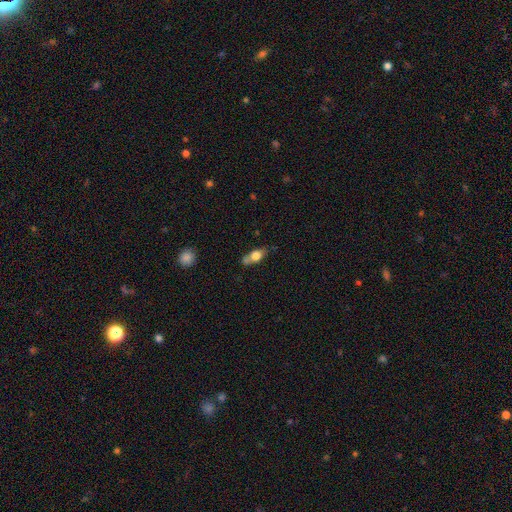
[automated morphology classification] smooth-or-featured: smooth: 68% | featured or disk: 24% | star or artifact: 8%
  how-rounded: in between: 69% | cigar-shaped: 19% | round: 11%
  merging: none: 51% | minor disturbance: 25% | merger: 16% | major disturbance: 8%